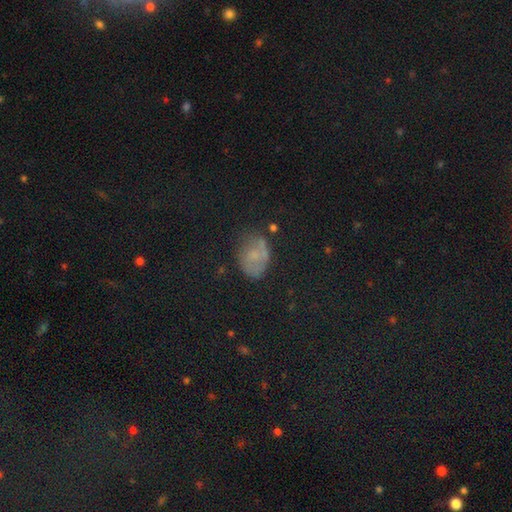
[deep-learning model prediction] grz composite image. It shows a smooth galaxy with no disk features (53%) that is in between round and cigar-shaped (74%). Merging: none (52%).